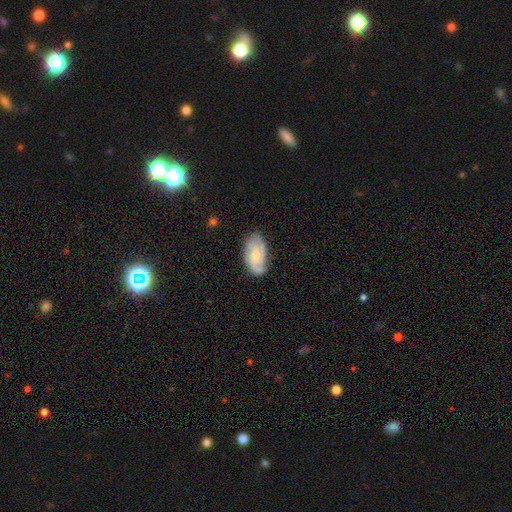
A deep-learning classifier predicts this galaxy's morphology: The model was most divided on "spiral winding": tight: 45%, medium: 42%, loose: 13%. Remaining: edge-on disk — no (96%); spiral arms — yes (93%); merging — none (73%); bar — no (72%); smooth or featured — featured or disk (68%); bulge size — small (56%); spiral arm count — 3 (36%).